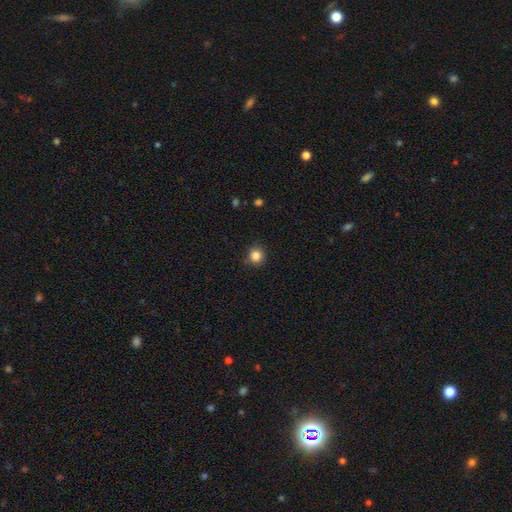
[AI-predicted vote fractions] smooth-or-featured: smooth: 85% | star or artifact: 11% | featured or disk: 4%
  how-rounded: round: 93% | in between: 6% | cigar-shaped: 1%
  merging: none: 86% | minor disturbance: 10% | major disturbance: 2% | merger: 2%